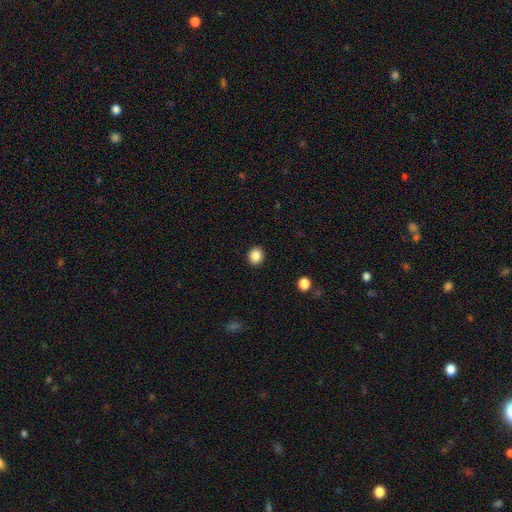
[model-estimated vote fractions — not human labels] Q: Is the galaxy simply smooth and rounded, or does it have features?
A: smooth — 87%.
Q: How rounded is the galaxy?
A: round — 81%.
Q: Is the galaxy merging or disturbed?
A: none — 91%.